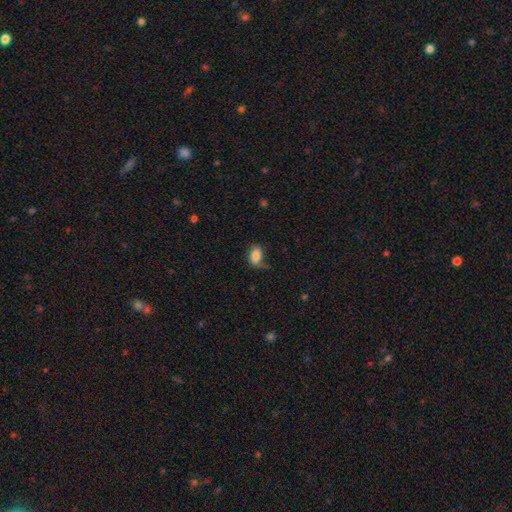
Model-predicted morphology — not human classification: type=smooth (83%); roundness=in between (85%); merging=none (55%).